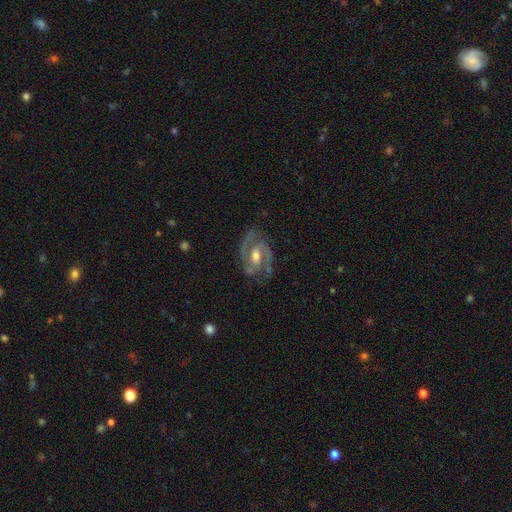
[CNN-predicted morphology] The model was most divided on "bar": weak: 46%, strong: 30%, no: 23%. More confident: spiral arms — yes (98%); edge-on disk — no (97%); smooth or featured — featured or disk (92%); spiral arm count — 2 (90%); merging — none (78%); bulge size — moderate (65%); spiral winding — medium (57%).